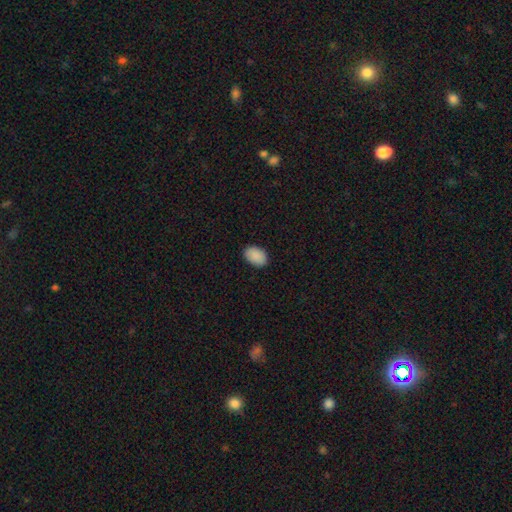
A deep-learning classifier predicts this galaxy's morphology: Overall: smooth (91%). How rounded: in between (88%). Merging: none (88%).